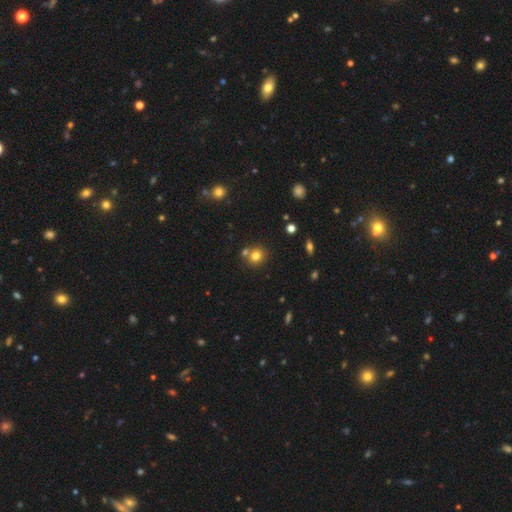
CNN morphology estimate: The model was most divided on "merging": none: 65%, merger: 24%, minor disturbance: 9%, major disturbance: 3%. More confident: how rounded — round (81%); smooth or featured — smooth (77%).